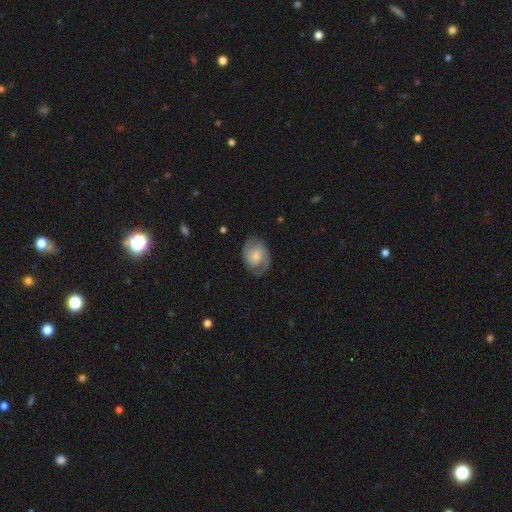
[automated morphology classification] Smooth or featured? featured or disk (67%)
Edge-on disk? no (97%)
Bar? no (63%)
Spiral arms? yes (90%)
Spiral winding? medium (44%)
Spiral arm count? 2 (79%)
Bulge size? small (53%)
Merging? none (74%)